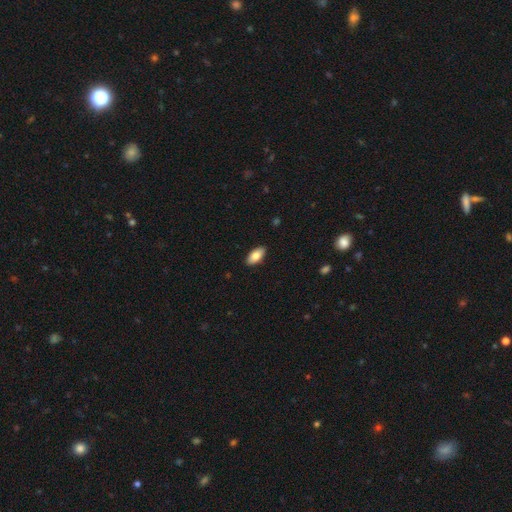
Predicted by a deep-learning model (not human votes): The model was most divided on "smooth or featured": smooth: 83%, featured or disk: 11%, star or artifact: 6%. More confident: how rounded — in between (92%); merging — none (89%).